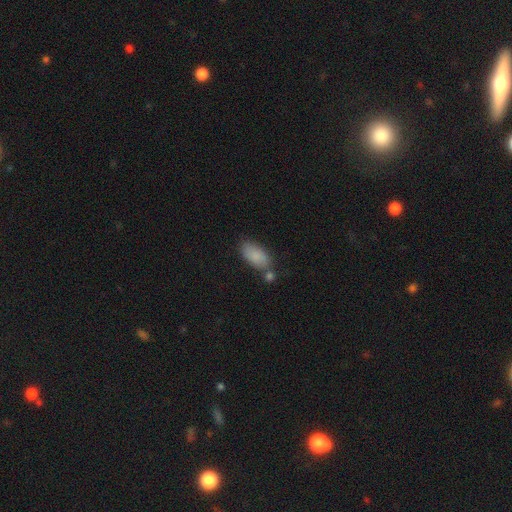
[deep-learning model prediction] This is clearly a smooth galaxy (85%). How rounded: clearly in between (92%). Merging: possibly none (60%).